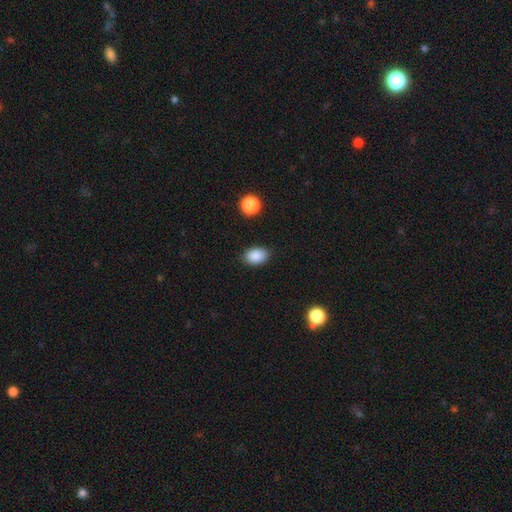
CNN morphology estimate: Smooth or featured? Predicted: smooth (p=0.88). How rounded? Predicted: in between (p=0.82). Merging? Predicted: none (p=0.86).